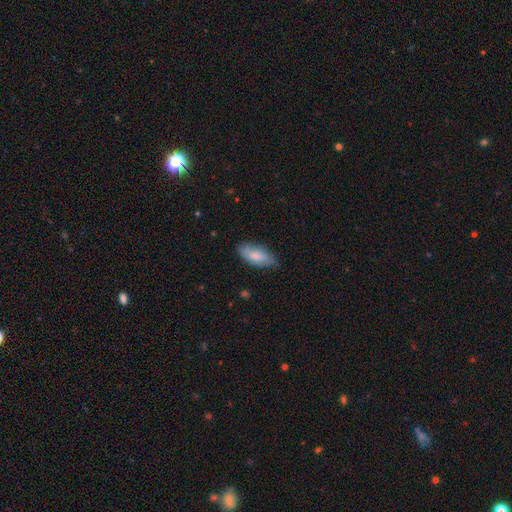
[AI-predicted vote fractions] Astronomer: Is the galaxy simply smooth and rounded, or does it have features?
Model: smooth — 79%.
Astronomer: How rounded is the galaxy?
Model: in between — 86%.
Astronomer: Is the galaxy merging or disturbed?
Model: none — 72%.